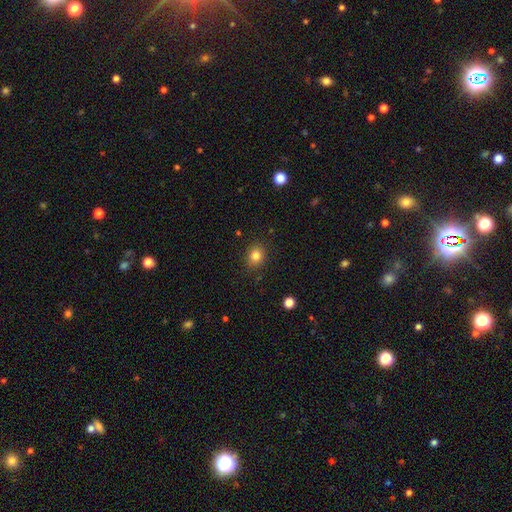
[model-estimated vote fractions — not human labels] Smooth or featured? smooth (82%)
How rounded? round (65%)
Merging? none (87%)